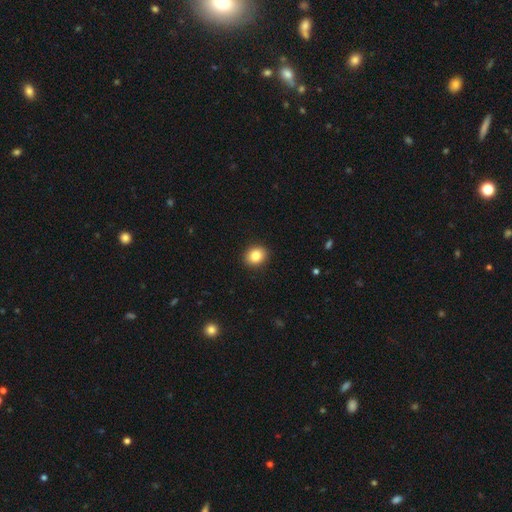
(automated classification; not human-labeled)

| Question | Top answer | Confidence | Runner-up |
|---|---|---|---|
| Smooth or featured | smooth | 85% | star or artifact (9%) |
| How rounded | round | 64% | in between (35%) |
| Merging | none | 91% | minor disturbance (6%) |